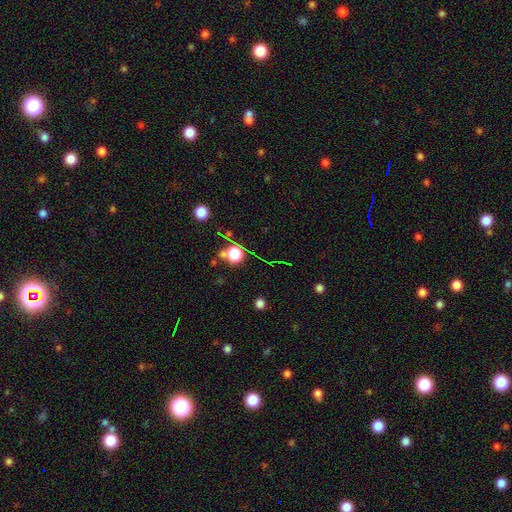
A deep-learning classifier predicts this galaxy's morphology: Smooth or featured?
  - star or artifact: 66% *
  - smooth: 24%
  - featured or disk: 10%